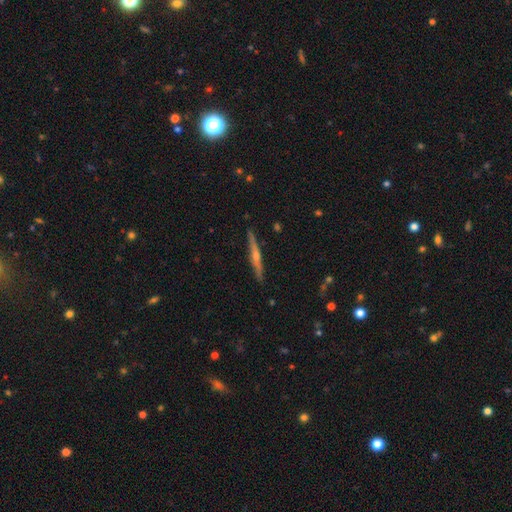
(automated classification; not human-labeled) Smooth or featured: featured or disk — 76% (smooth — 18%)
Edge-on disk: yes — 98% (no — 2%)
Edge-on bulge: rounded — 83% (none — 12%)
Merging: none — 91% (minor disturbance — 7%)